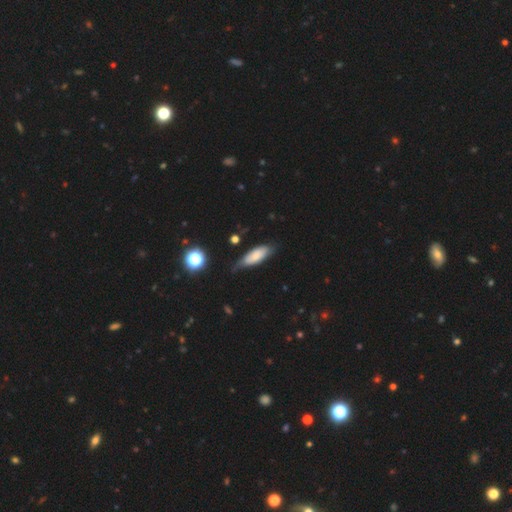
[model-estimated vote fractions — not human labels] The model was most divided on "merging": none: 57%, minor disturbance: 32%, major disturbance: 8%, merger: 3%. More confident: smooth or featured — smooth (70%); how rounded — in between (67%).